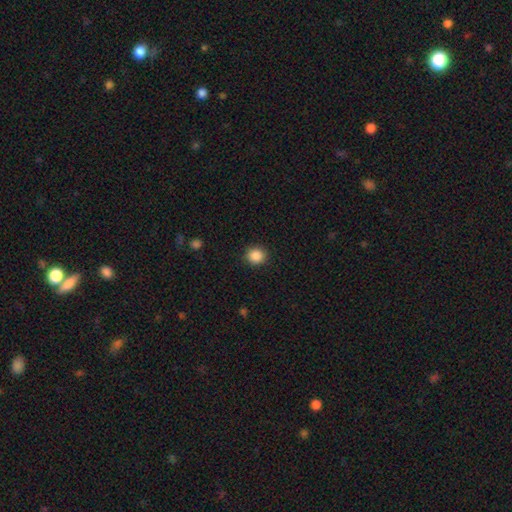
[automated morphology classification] Smooth or featured? smooth (88%)
How rounded? round (87%)
Merging? none (89%)